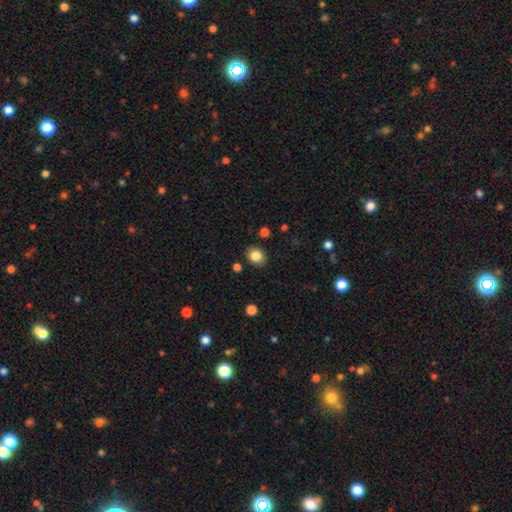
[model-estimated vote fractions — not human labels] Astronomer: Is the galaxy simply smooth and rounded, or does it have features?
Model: smooth — 84%.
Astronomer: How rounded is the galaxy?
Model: round — 53% (runner-up: in between, 46%).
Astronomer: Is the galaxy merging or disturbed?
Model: none — 87%.